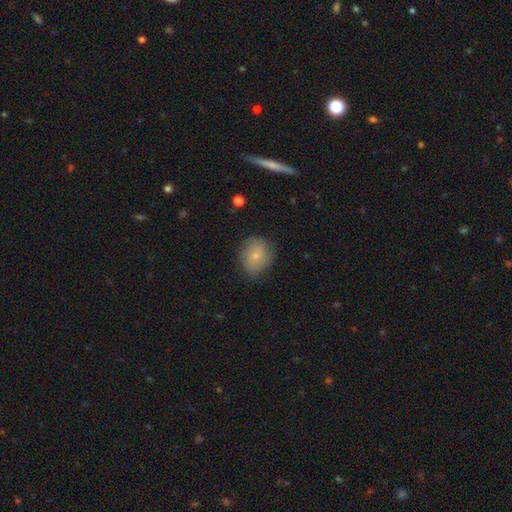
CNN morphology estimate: Q: Smooth or featured?
A: smooth (70%); runner-up: featured or disk (22%)
Q: How rounded?
A: round (75%); runner-up: in between (24%)
Q: Merging?
A: none (75%); runner-up: minor disturbance (19%)